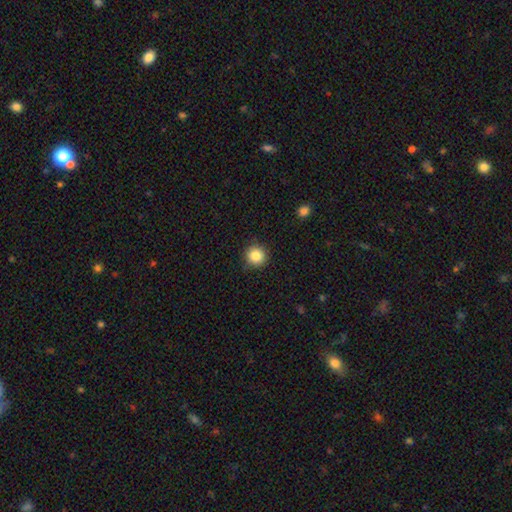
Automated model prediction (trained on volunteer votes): This is clearly a smooth galaxy (85%). How rounded: clearly round (93%). Merging: clearly none (90%).